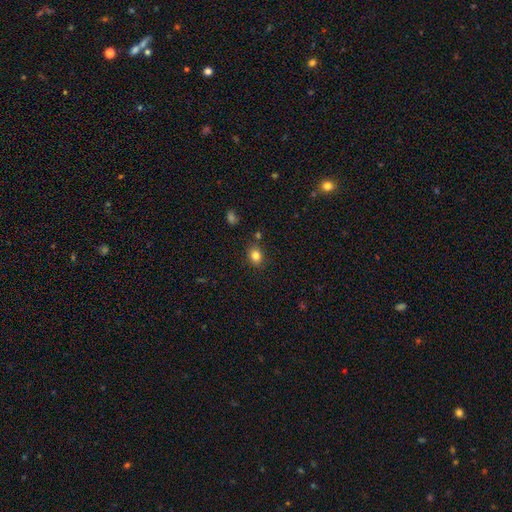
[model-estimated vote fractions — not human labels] The model was most divided on "how rounded": round: 53%, in between: 46%, cigar-shaped: 1%. More confident: smooth or featured — smooth (82%); merging — none (82%).